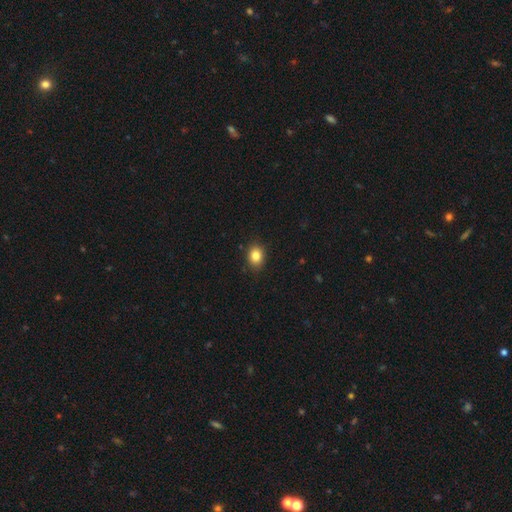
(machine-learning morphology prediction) This is clearly a smooth galaxy (84%). How rounded: possibly in between (57%). Merging: clearly none (88%).